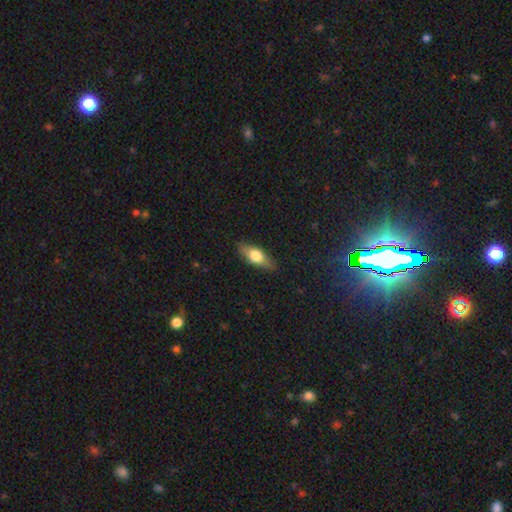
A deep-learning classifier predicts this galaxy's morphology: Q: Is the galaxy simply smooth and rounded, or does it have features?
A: smooth — 60%.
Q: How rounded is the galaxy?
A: in between — 69%.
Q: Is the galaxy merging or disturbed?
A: none — 86%.